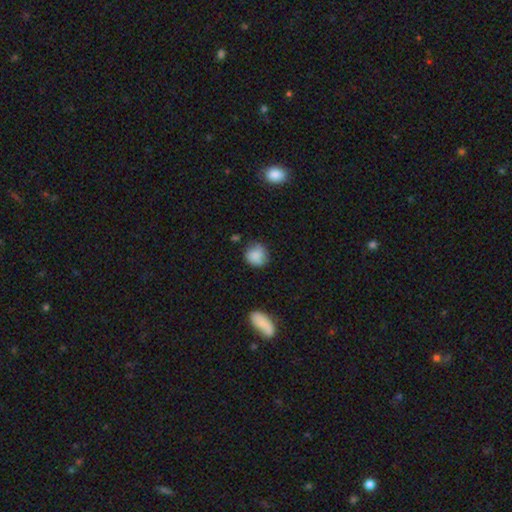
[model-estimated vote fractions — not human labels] Morphology: type=smooth (78%); roundness=round (82%); merging=none (64%).